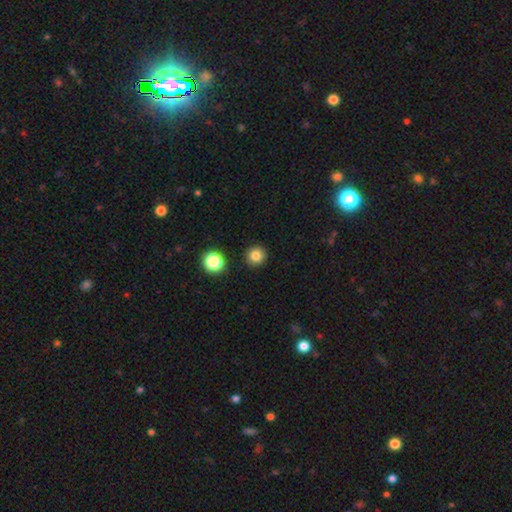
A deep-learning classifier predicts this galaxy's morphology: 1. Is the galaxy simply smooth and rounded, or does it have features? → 81% smooth, 13% star or artifact, 6% featured or disk.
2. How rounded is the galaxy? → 93% round, 6% in between, 1% cigar-shaped.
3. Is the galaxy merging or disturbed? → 91% none, 5% minor disturbance, 2% merger, 2% major disturbance.